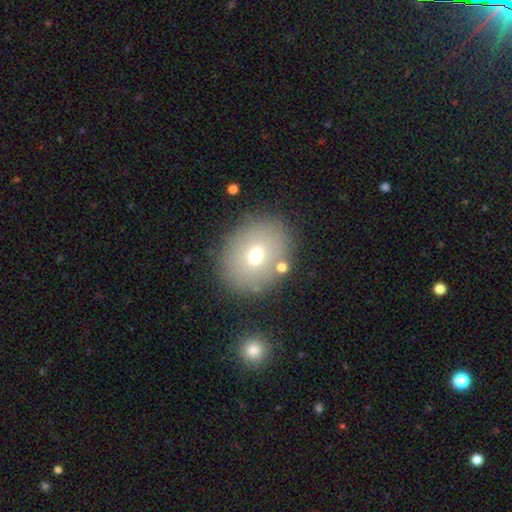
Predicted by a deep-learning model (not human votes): This is likely a smooth galaxy (69%). How rounded: possibly round (56%). Merging: clearly none (82%).